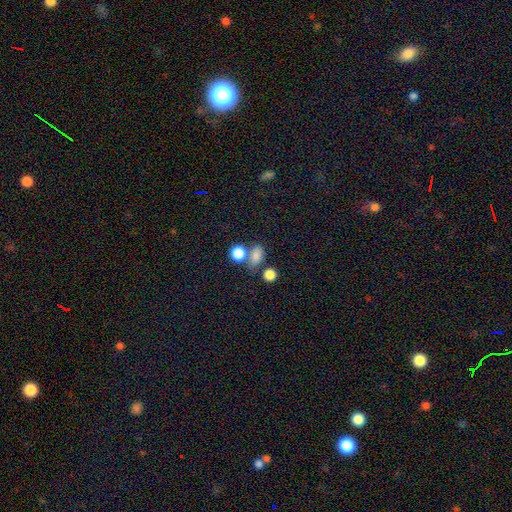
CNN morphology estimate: Overall: smooth (80%). How rounded: in between (62%; round 36%). Merging: none (52%; merger 29%).